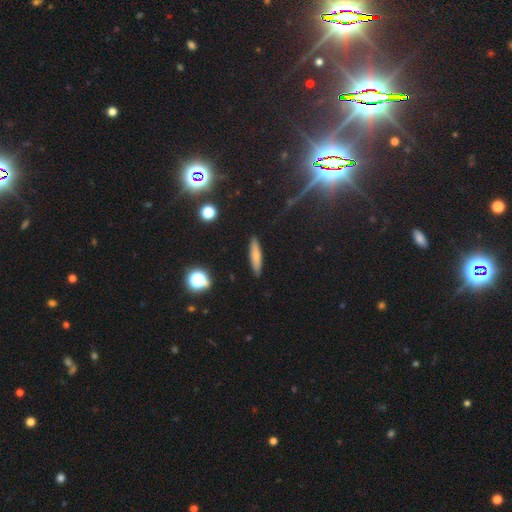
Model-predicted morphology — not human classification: Smooth or featured? smooth (70%)
How rounded? cigar-shaped (82%)
Merging? none (89%)